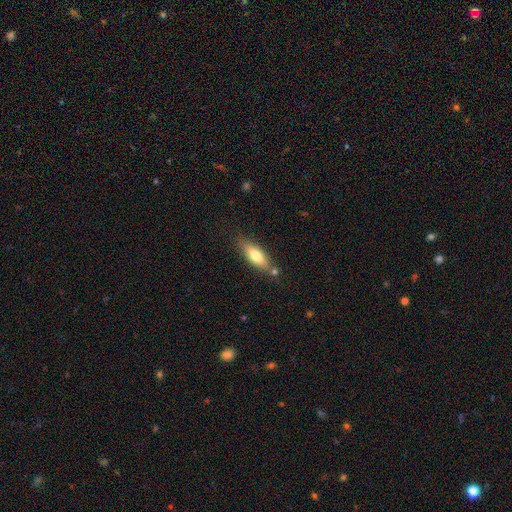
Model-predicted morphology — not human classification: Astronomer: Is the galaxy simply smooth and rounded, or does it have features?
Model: smooth — 69%.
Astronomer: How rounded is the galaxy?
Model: in between — 60% (runner-up: cigar-shaped, 38%).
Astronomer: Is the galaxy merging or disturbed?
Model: none — 73%.